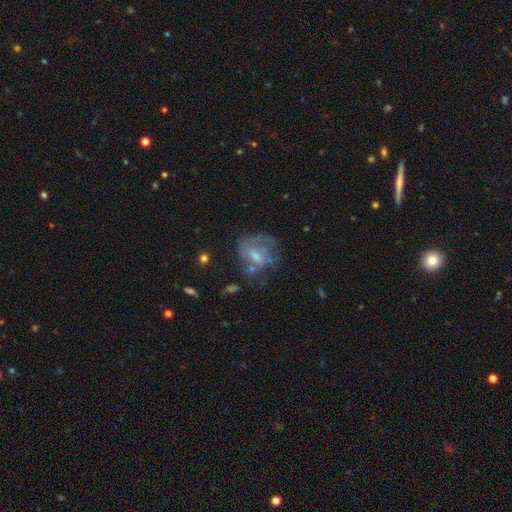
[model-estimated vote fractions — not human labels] Smooth or featured? featured or disk (60%)
Edge-on disk? no (96%)
Bar? weak (46%)
Spiral arms? yes (60%)
Bulge size? moderate (48%)
Merging? none (43%)